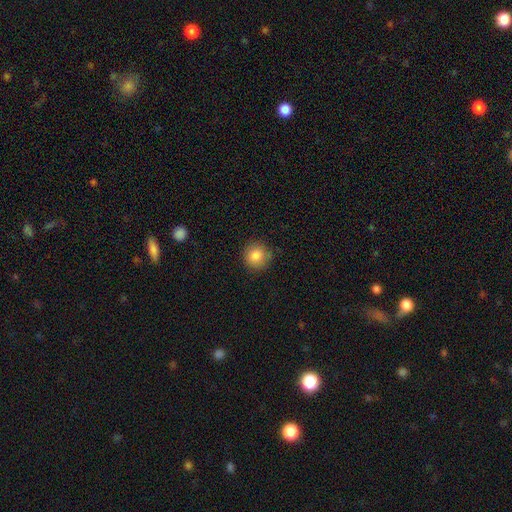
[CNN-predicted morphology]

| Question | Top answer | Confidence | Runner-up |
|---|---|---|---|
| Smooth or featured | smooth | 85% | star or artifact (9%) |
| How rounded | round | 91% | in between (8%) |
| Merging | none | 84% | minor disturbance (12%) |